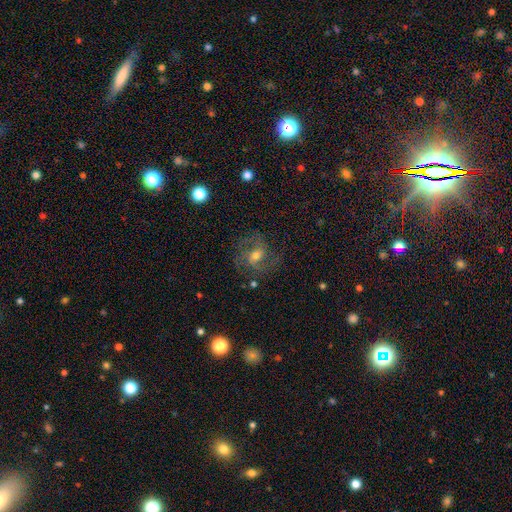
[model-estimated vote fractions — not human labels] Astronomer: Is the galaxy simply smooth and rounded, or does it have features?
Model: featured or disk — 70%.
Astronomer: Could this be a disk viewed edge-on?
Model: no — 97%.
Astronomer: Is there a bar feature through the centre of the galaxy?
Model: weak — 47% (runner-up: no, 42%).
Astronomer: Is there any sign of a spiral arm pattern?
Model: yes — 89%.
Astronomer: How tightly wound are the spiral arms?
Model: medium — 52% (runner-up: tight, 27%).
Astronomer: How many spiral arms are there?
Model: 2 — 45% (runner-up: can't tell, 23%).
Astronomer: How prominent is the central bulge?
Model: moderate — 58%.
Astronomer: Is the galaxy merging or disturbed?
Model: none — 70%.